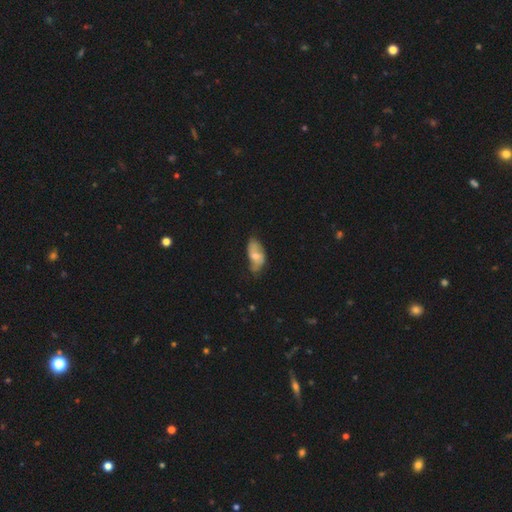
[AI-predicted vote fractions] Smooth or featured?
  - smooth: 49% *
  - featured or disk: 44%
  - star or artifact: 7%
Merging?
  - none: 49% *
  - minor disturbance: 36%
  - major disturbance: 12%
  - merger: 3%